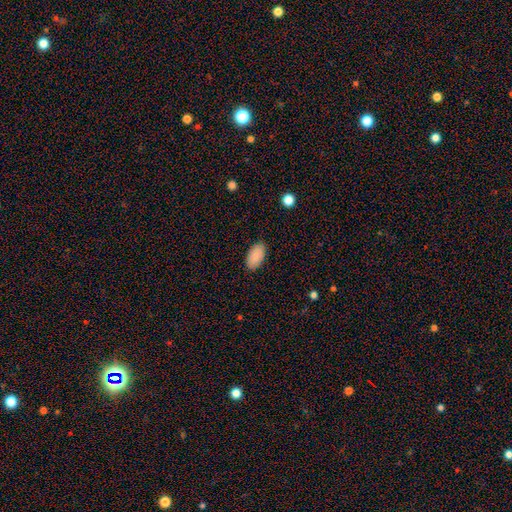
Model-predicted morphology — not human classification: smooth-or-featured: smooth: 89% | star or artifact: 7% | featured or disk: 4%
  how-rounded: in between: 95% | round: 3% | cigar-shaped: 2%
  merging: none: 87% | minor disturbance: 10% | major disturbance: 2% | merger: 1%